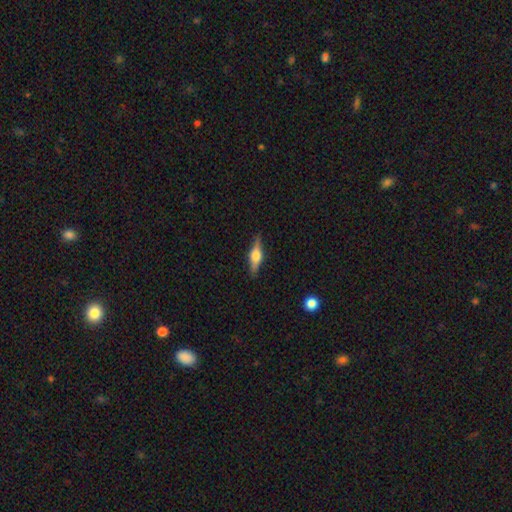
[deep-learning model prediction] Overall: featured or disk (64%; smooth 29%). Edge-on disk: yes (96%). Edge-on bulge: rounded (92%). Merging: none (88%).